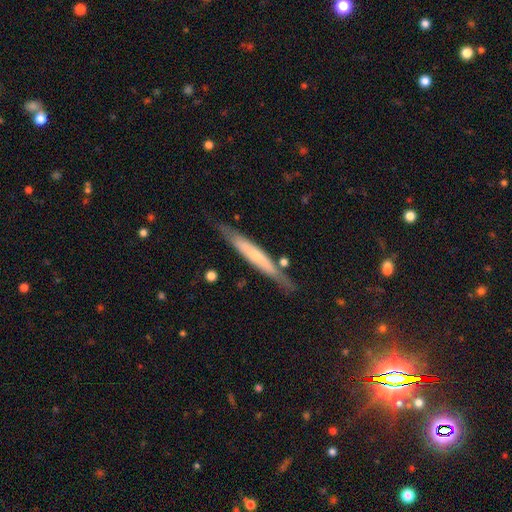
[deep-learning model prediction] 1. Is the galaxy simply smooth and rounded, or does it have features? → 50% featured or disk, 44% smooth, 6% star or artifact.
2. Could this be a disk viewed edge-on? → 86% yes, 14% no.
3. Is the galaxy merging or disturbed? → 77% none, 16% minor disturbance, 4% merger, 3% major disturbance.